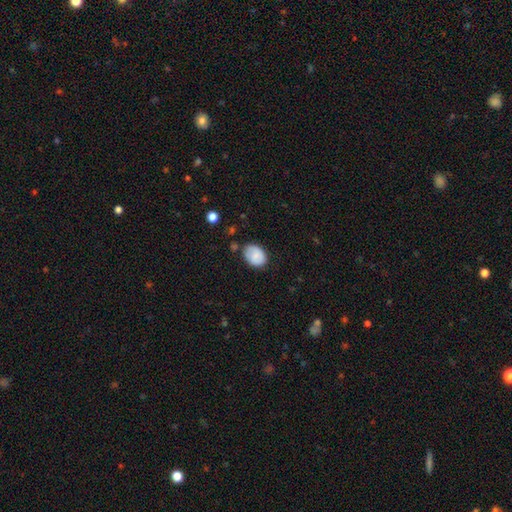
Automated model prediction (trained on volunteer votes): Smooth or featured: smooth — 80% (featured or disk — 13%)
How rounded: in between — 68% (round — 31%)
Merging: none — 68% (minor disturbance — 23%)